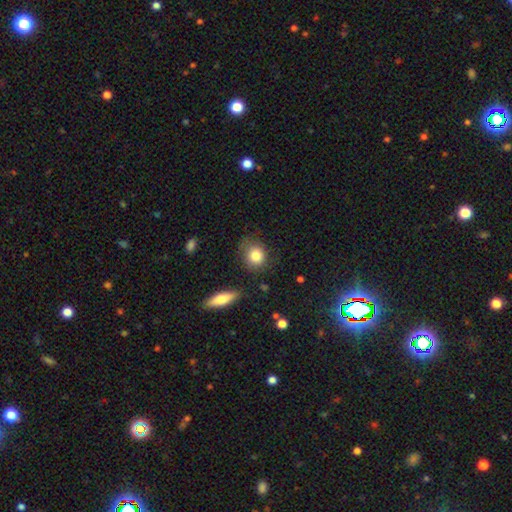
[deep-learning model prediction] The model was most divided on "how rounded": round: 74%, in between: 25%, cigar-shaped: 2%. More confident: smooth or featured — smooth (83%); merging — none (71%).